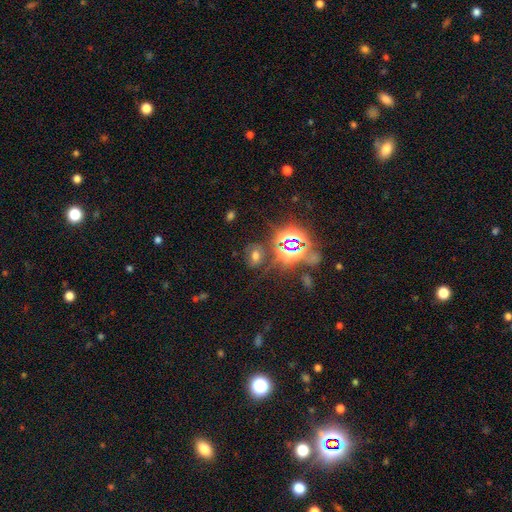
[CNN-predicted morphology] smooth_or_featured: smooth (p=0.43) [alt: star or artifact p=0.41]
merging: none (p=0.70) [alt: minor disturbance p=0.16]